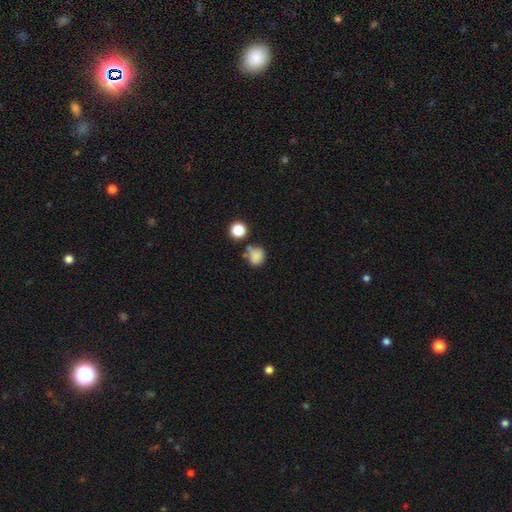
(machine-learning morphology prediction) Smooth or featured: smooth — 81% (star or artifact — 12%)
How rounded: round — 74% (in between — 25%)
Merging: none — 57% (minor disturbance — 20%)